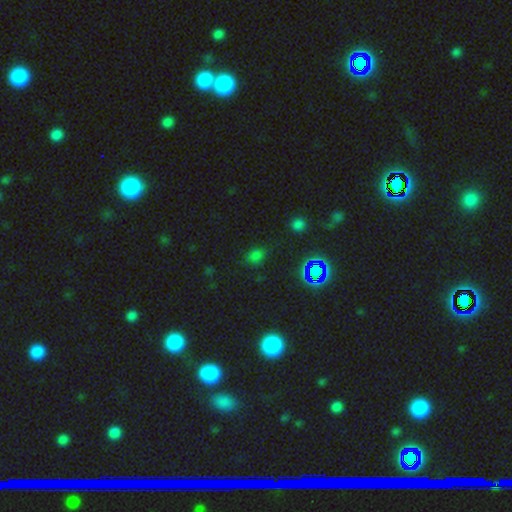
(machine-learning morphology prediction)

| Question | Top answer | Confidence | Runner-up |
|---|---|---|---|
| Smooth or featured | smooth | 52% | star or artifact (41%) |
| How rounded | round | 65% | in between (33%) |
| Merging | none | 80% | minor disturbance (13%) |